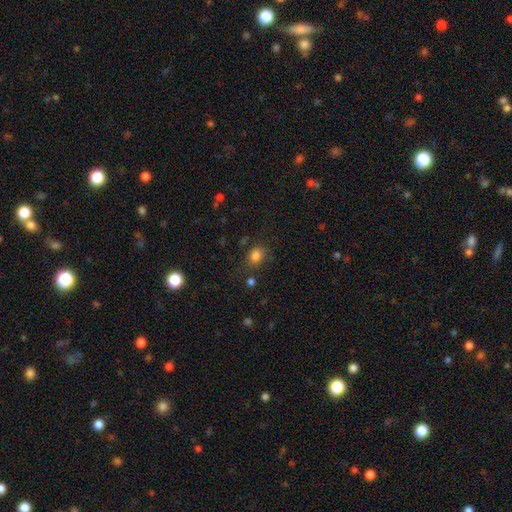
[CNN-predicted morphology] A smooth galaxy with no disk features (81%) that is in between round and cigar-shaped (62%). Merging: none (71%).